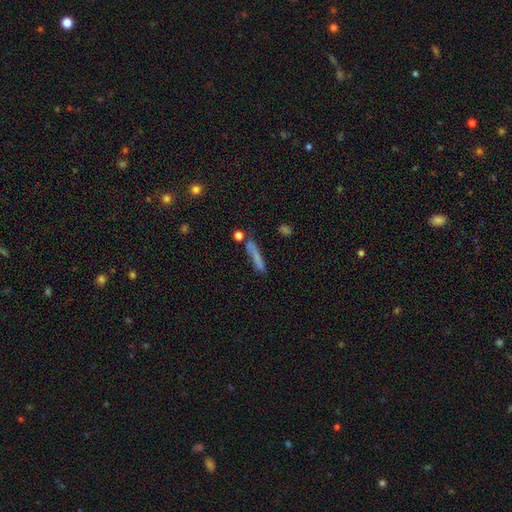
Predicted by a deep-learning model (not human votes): smooth_or_featured: smooth (p=0.66) [alt: featured or disk p=0.22]
how_rounded: cigar-shaped (p=0.90) [alt: in between p=0.07]
merging: none (p=0.68) [alt: minor disturbance p=0.17]